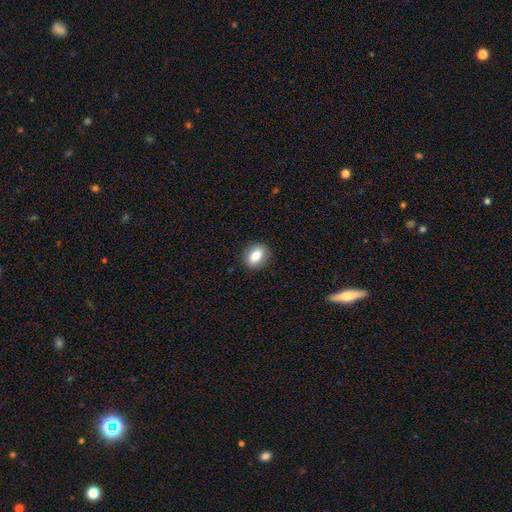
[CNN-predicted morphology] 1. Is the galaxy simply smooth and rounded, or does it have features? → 84% smooth, 8% star or artifact, 8% featured or disk.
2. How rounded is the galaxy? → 68% in between, 30% round, 2% cigar-shaped.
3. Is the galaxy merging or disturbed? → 88% none, 9% minor disturbance, 2% major disturbance, 1% merger.